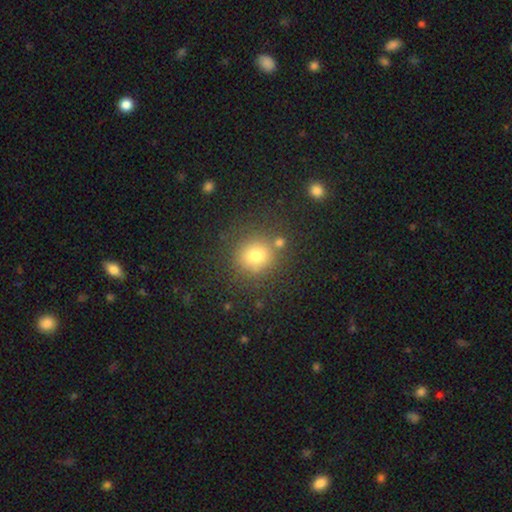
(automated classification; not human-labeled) The model was most divided on "smooth or featured": smooth: 75%, star or artifact: 16%, featured or disk: 9%. More confident: how rounded — round (85%); merging — none (77%).